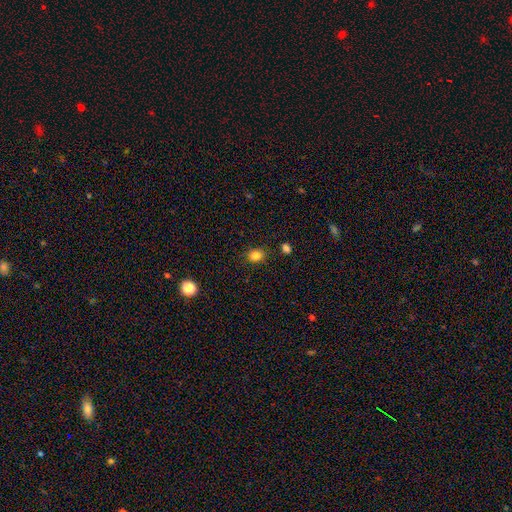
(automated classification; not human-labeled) This is clearly a smooth galaxy (83%). How rounded: possibly round (54%). Merging: clearly none (84%).